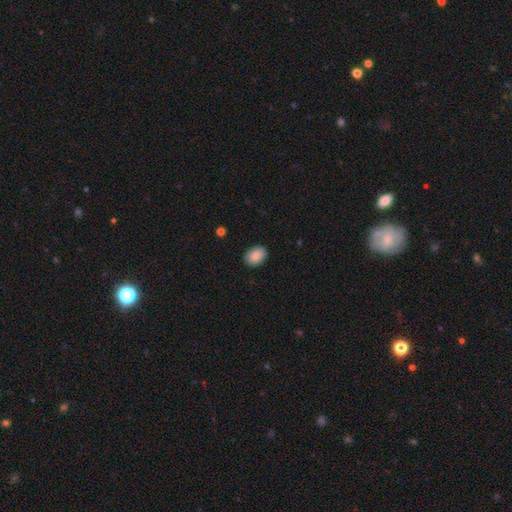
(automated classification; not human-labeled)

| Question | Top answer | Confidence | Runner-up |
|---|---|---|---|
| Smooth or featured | smooth | 89% | star or artifact (7%) |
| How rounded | in between | 77% | round (22%) |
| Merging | none | 87% | minor disturbance (10%) |